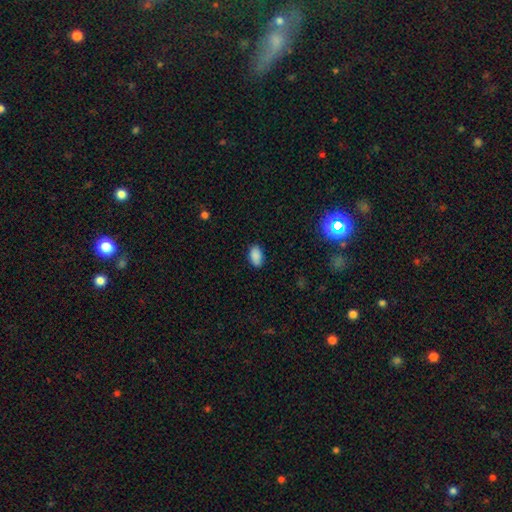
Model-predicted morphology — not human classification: This appears to be a smooth galaxy with no disk features (87%) that is in between round and cigar-shaped (92%). Merging: none (84%).